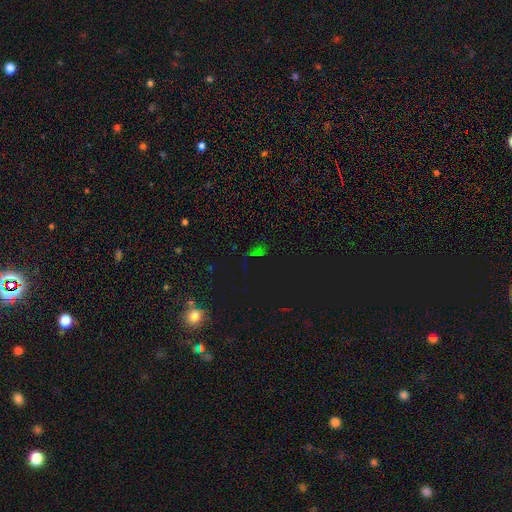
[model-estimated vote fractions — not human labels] Smooth or featured?
  - star or artifact: 72% *
  - smooth: 20%
  - featured or disk: 8%